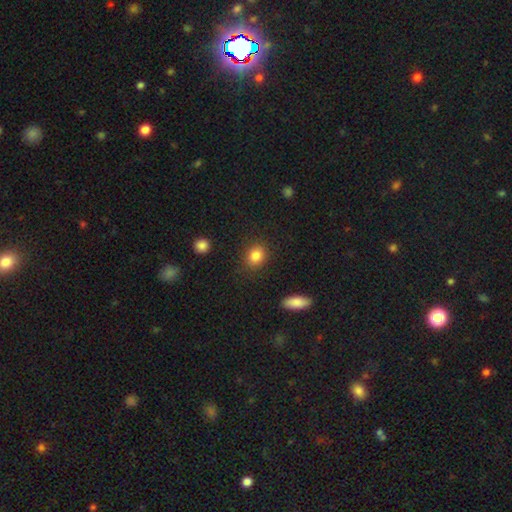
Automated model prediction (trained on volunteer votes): Overall: smooth (85%). How rounded: round (56%; in between 42%). Merging: none (86%).